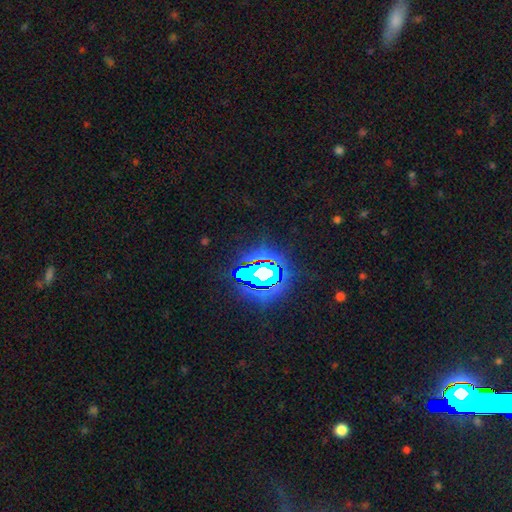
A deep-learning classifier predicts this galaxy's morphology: Smooth or featured? Predicted: star or artifact (p=0.82).